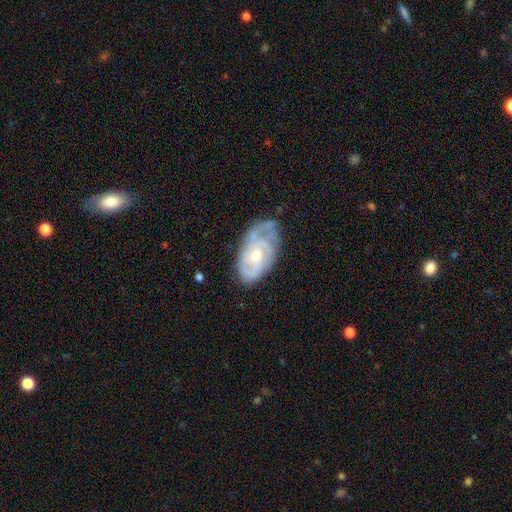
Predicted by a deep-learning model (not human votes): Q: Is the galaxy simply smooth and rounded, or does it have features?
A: featured or disk — 76%.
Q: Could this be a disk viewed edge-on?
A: no — 95%.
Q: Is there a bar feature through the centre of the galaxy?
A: no — 69%.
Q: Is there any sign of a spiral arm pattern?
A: yes — 85%.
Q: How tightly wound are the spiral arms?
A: tight — 57%.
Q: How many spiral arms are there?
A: can't tell — 42%.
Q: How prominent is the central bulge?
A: moderate — 56%.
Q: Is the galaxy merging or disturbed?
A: none — 56%.